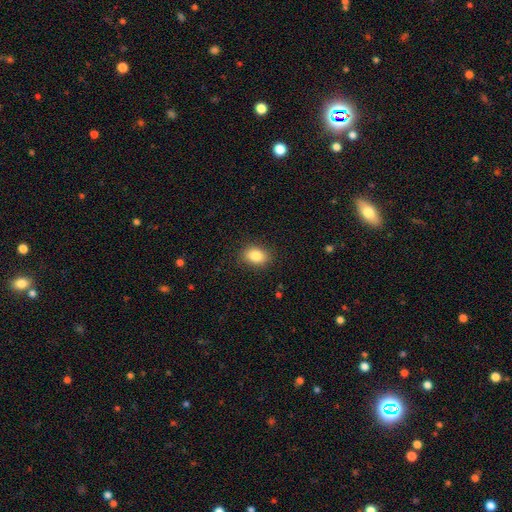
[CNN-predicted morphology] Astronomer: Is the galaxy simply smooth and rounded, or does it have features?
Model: smooth — 85%.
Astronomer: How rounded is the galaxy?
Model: in between — 74%.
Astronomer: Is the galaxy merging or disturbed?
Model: none — 87%.